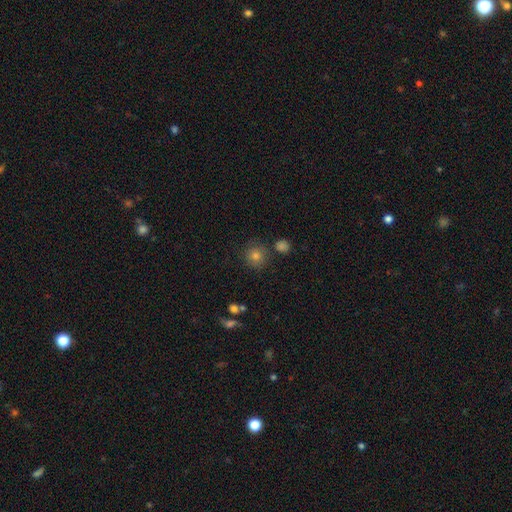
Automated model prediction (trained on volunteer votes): Overall: smooth (72%). How rounded: round (92%). Merging: none (80%).